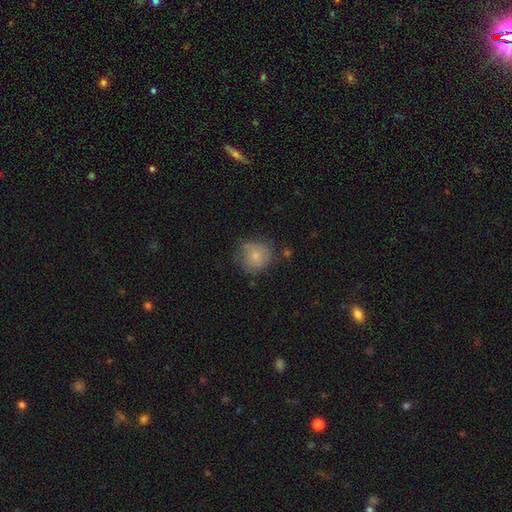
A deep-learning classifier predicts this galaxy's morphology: Smooth or featured? smooth (73%)
How rounded? round (85%)
Merging? none (60%)